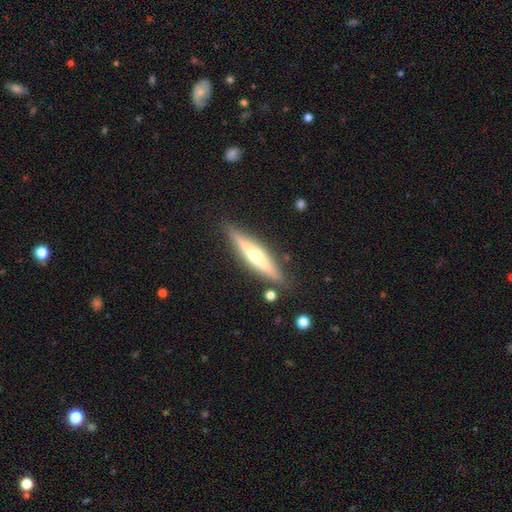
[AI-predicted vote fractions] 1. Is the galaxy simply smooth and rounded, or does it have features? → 69% featured or disk, 25% smooth, 6% star or artifact.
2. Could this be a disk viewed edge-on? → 96% yes, 4% no.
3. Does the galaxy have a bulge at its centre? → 88% rounded, 8% none, 4% boxy.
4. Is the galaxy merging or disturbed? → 87% none, 9% minor disturbance, 2% merger, 2% major disturbance.